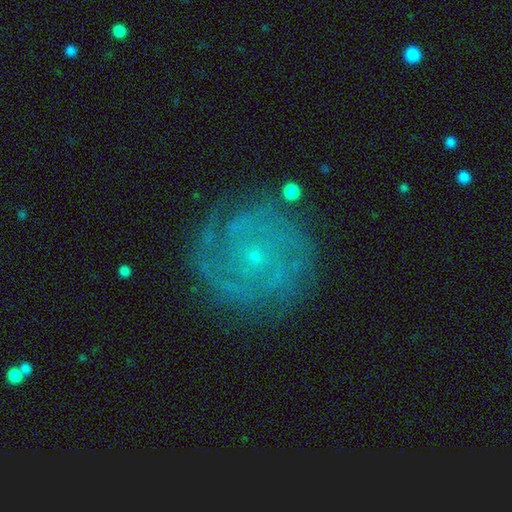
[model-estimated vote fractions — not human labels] Morphology: type=featured or disk (79%); edge-on=no (98%); bar=no (79%); spiral arms=yes (94%); winding=tight (70%); arm count=can't tell (29%); bulge=small (85%); merging=none (80%).